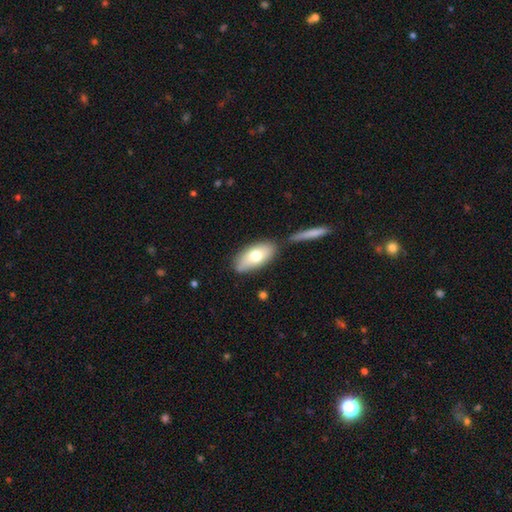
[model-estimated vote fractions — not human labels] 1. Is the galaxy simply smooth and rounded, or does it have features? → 70% smooth, 23% featured or disk, 7% star or artifact.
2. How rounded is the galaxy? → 89% in between, 8% cigar-shaped, 3% round.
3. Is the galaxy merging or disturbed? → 72% none, 13% minor disturbance, 11% merger, 4% major disturbance.